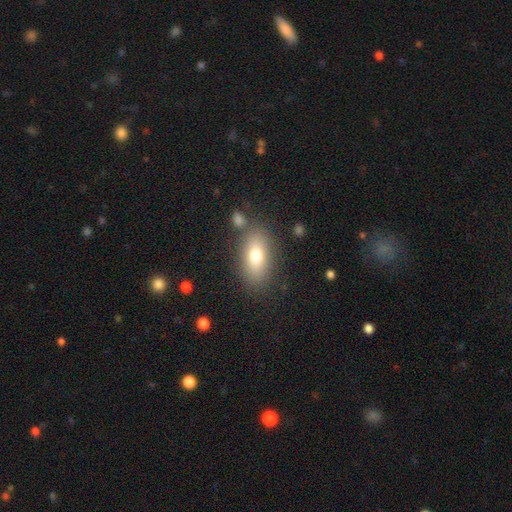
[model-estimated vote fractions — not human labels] smooth 74%, featured or disk 17%, star or artifact 9%. Down the decision tree: how rounded — in between (86%); merging — none (77%).